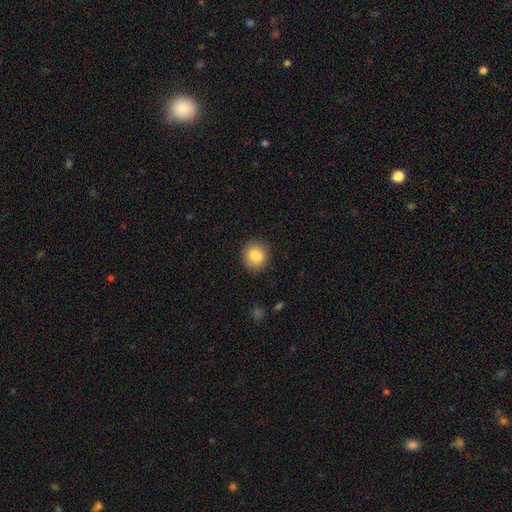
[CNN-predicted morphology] Q: Smooth or featured?
A: smooth (81%); runner-up: featured or disk (10%)
Q: How rounded?
A: round (75%); runner-up: in between (24%)
Q: Merging?
A: none (74%); runner-up: minor disturbance (13%)